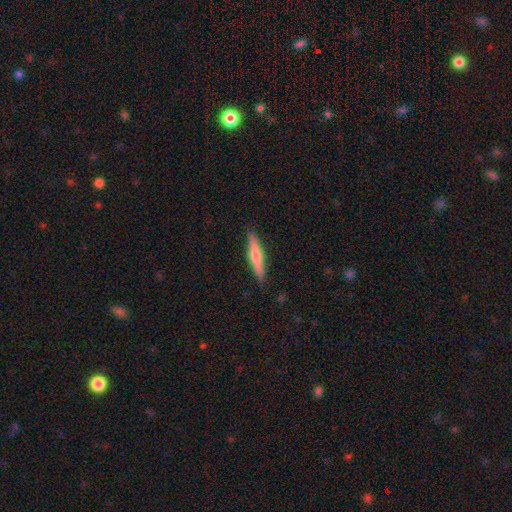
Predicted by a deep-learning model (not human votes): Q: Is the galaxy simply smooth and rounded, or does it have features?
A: featured or disk — 48%.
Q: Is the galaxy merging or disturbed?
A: none — 90%.